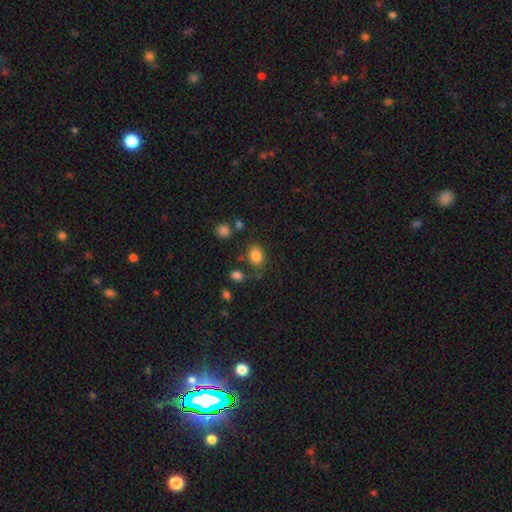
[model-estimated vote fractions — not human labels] Q: Smooth or featured?
A: smooth (82%); runner-up: star or artifact (10%)
Q: How rounded?
A: in between (72%); runner-up: round (27%)
Q: Merging?
A: none (72%); runner-up: minor disturbance (16%)